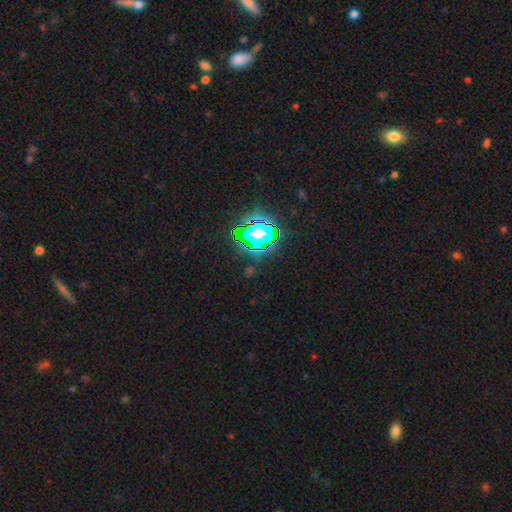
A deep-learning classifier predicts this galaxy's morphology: type=star or artifact (81%).